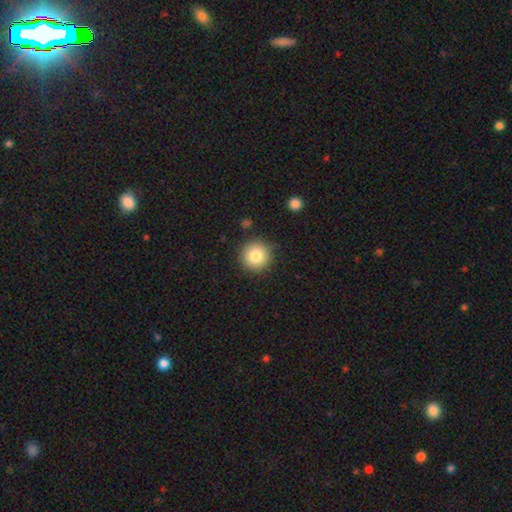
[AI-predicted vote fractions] Smooth or featured? Predicted: smooth (p=0.82). How rounded? Predicted: round (p=0.95). Merging? Predicted: none (p=0.87).